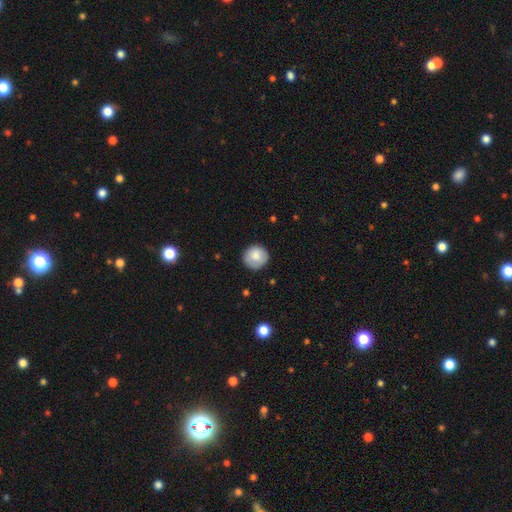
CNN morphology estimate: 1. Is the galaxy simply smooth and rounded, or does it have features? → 80% smooth, 12% featured or disk, 7% star or artifact.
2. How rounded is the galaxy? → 91% round, 8% in between, 1% cigar-shaped.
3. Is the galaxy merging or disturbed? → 82% none, 14% minor disturbance, 3% major disturbance, 1% merger.